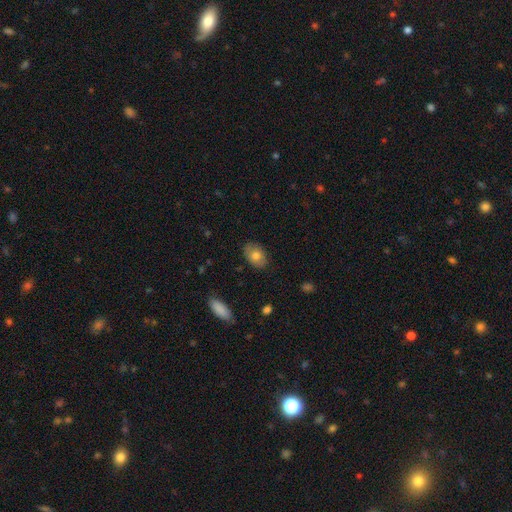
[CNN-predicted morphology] Smooth or featured? Predicted: smooth (p=0.76). How rounded? Predicted: in between (p=0.86). Merging? Predicted: none (p=0.84).